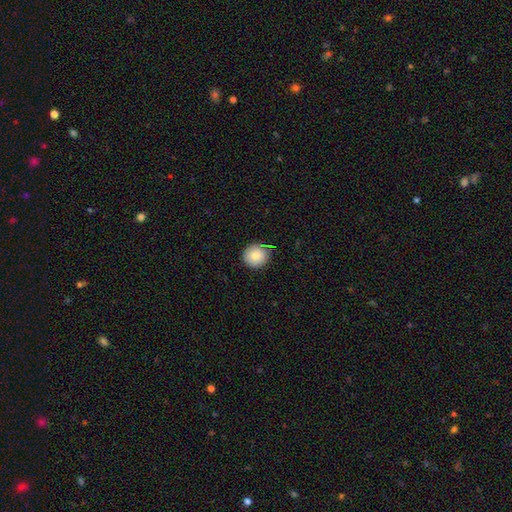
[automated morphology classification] smooth 82%, featured or disk 9%, star or artifact 9%. Down the decision tree: how rounded — round (91%); merging — none (83%).